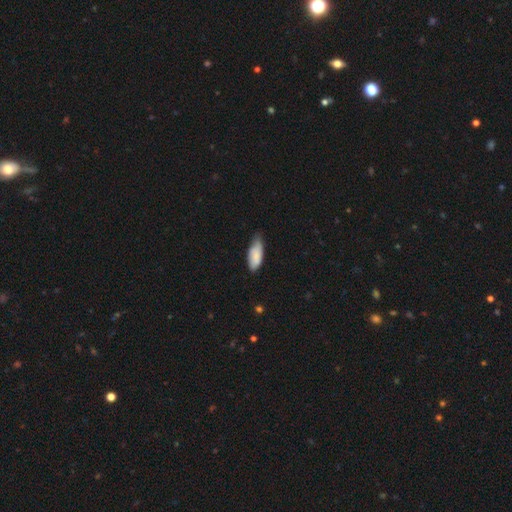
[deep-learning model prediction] Smooth or featured: smooth — 84% (featured or disk — 10%)
How rounded: in between — 81% (cigar-shaped — 17%)
Merging: none — 48% (minor disturbance — 44%)